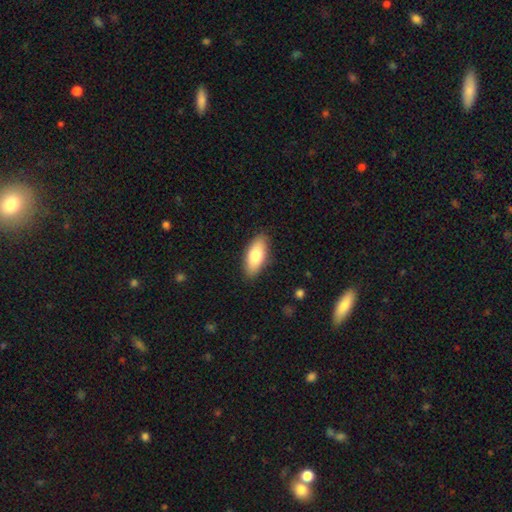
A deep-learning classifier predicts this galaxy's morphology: Overall: smooth (76%). How rounded: in between (82%). Merging: none (87%).